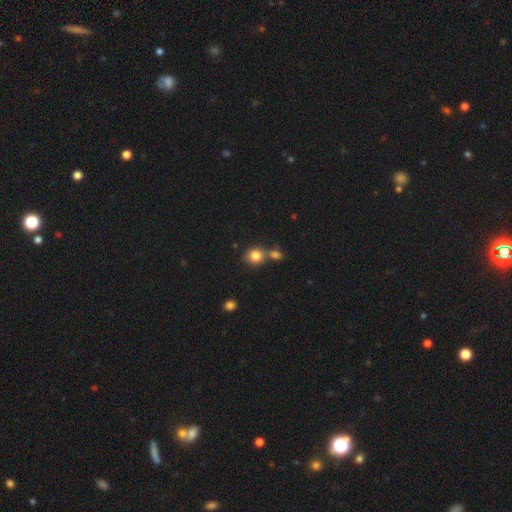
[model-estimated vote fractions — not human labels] smooth 83%, star or artifact 10%, featured or disk 7%. Down the decision tree: how rounded — round (77%); merging — none (54%).